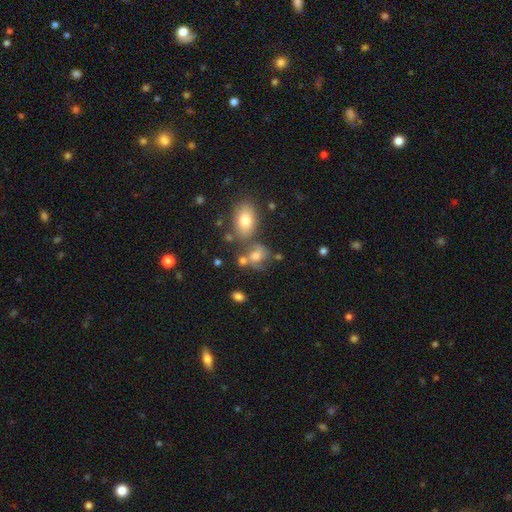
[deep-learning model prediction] smooth_or_featured: smooth (p=0.59) [alt: featured or disk p=0.27]
how_rounded: in between (p=0.56) [alt: round p=0.42]
merging: none (p=0.43) [alt: merger p=0.23]